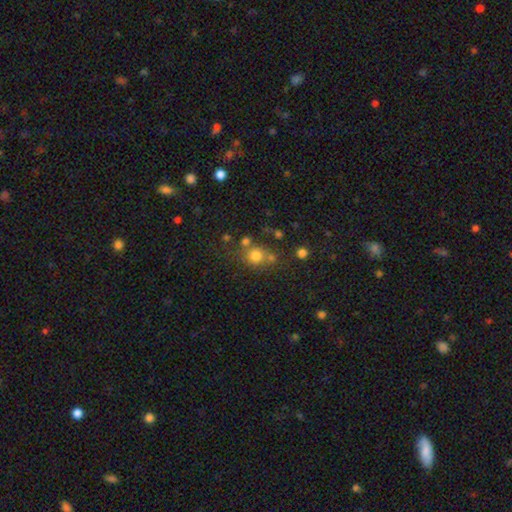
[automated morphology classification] Q: Smooth or featured?
A: smooth (75%); runner-up: star or artifact (15%)
Q: How rounded?
A: round (83%); runner-up: in between (16%)
Q: Merging?
A: none (61%); runner-up: merger (21%)